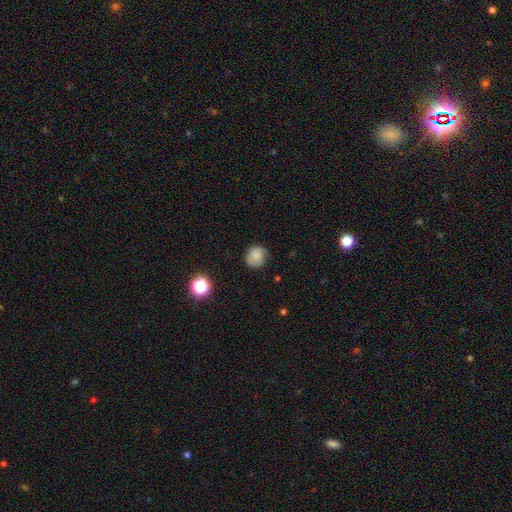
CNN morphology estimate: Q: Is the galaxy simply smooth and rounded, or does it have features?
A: smooth — 68%.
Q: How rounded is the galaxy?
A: round — 80%.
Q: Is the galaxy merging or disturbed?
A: none — 70%.